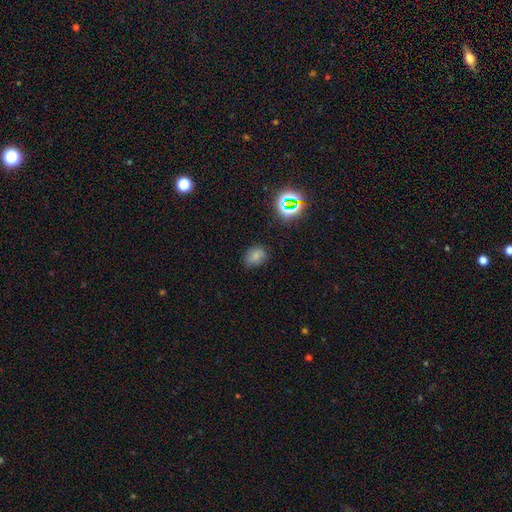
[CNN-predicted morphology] Smooth or featured? smooth (70%)
How rounded? in between (61%)
Merging? none (73%)